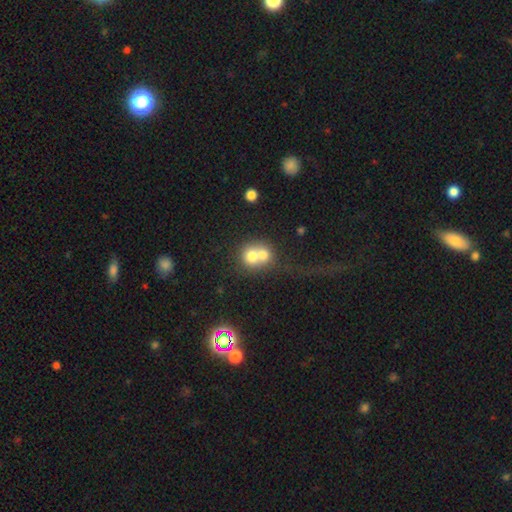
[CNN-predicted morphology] This is likely a smooth galaxy (66%). How rounded: likely round (79%). Merging: likely merger (67%).